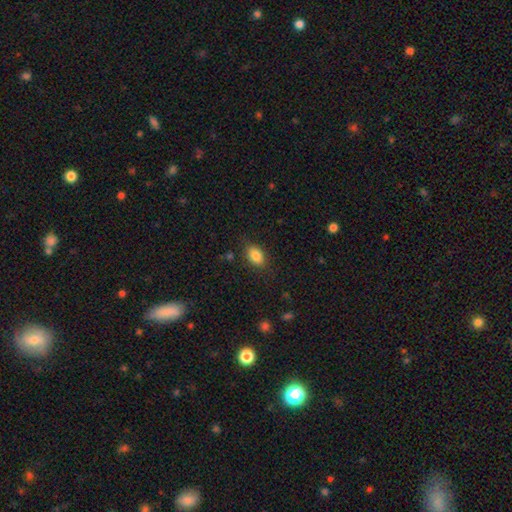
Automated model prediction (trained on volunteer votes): Smooth or featured: smooth — 85% (star or artifact — 8%)
How rounded: in between — 86% (round — 13%)
Merging: none — 83% (minor disturbance — 12%)